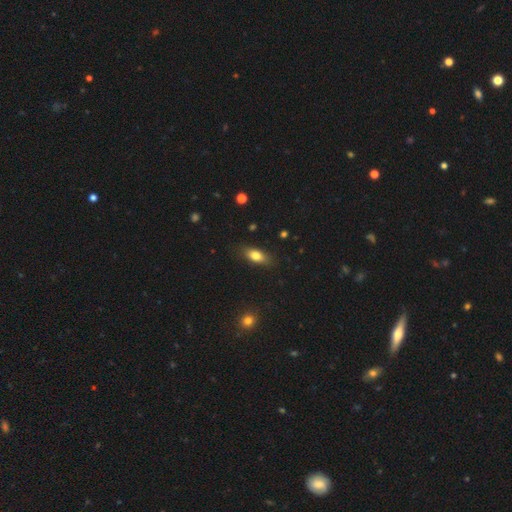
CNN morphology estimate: smooth-or-featured: smooth: 79% | featured or disk: 13% | star or artifact: 8%
  how-rounded: in between: 82% | cigar-shaped: 14% | round: 5%
  merging: none: 82% | minor disturbance: 13% | major disturbance: 3% | merger: 1%